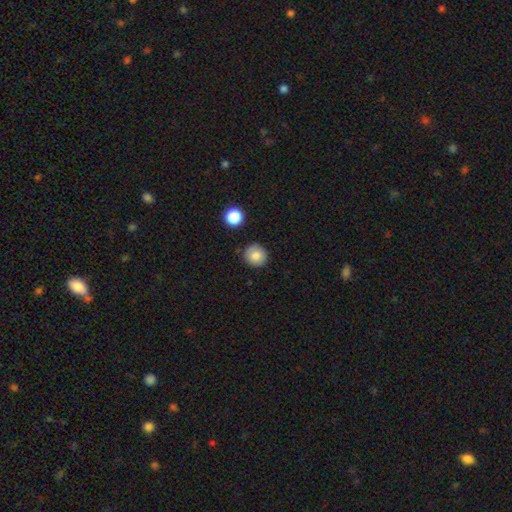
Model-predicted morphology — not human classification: smooth 81%, star or artifact 10%, featured or disk 9%. Down the decision tree: how rounded — round (90%); merging — none (87%).